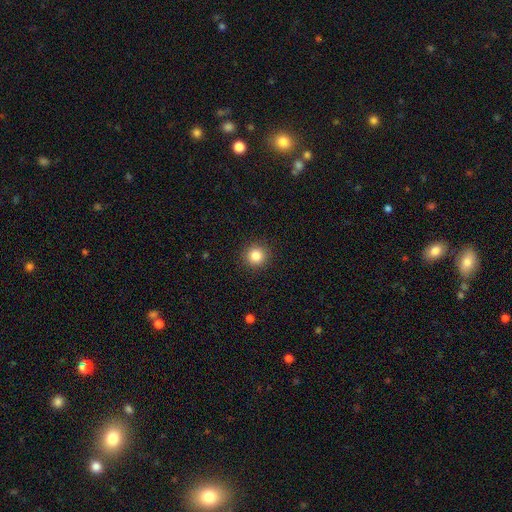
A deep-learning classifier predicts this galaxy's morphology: Smooth or featured: smooth — 84% (star or artifact — 11%)
How rounded: round — 94% (in between — 5%)
Merging: none — 92% (minor disturbance — 5%)